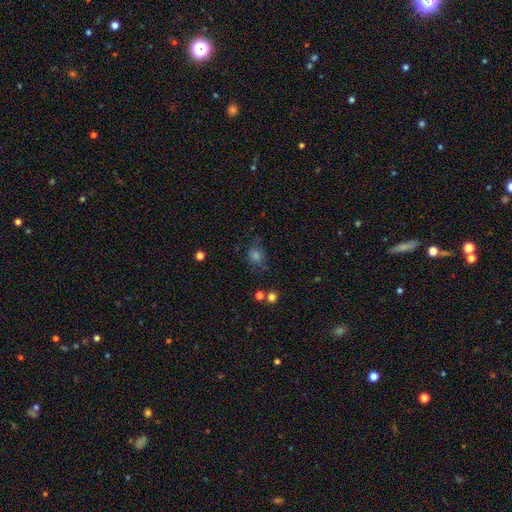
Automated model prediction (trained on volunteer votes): Smooth or featured? Predicted: smooth (p=0.62). How rounded? Predicted: round (p=0.61). Merging? Predicted: none (p=0.67).